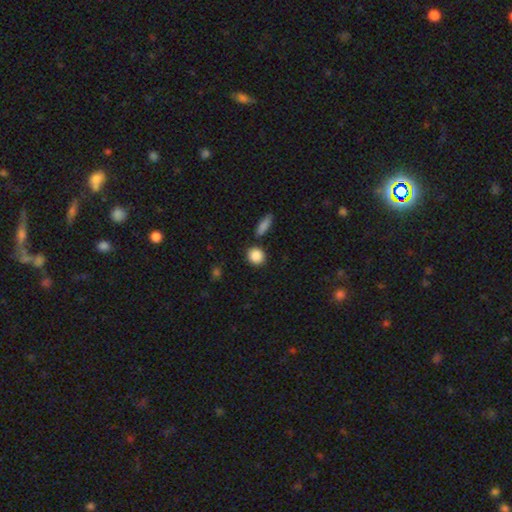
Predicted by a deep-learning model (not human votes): Smooth or featured? smooth (88%)
How rounded? round (81%)
Merging? none (83%)